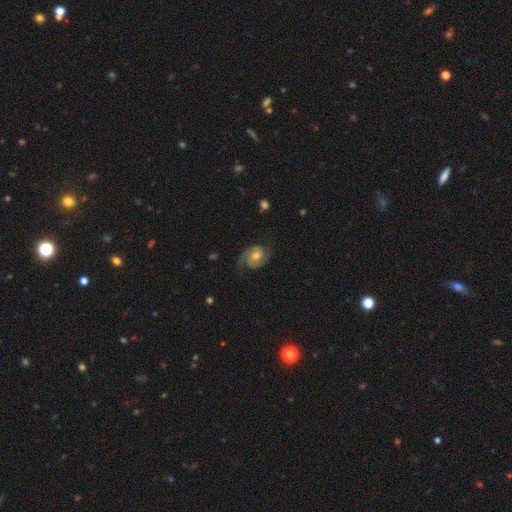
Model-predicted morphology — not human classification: featured or disk 77%, smooth 16%, star or artifact 7%. Down the decision tree: edge-on disk — no (97%); bar — no (68%); spiral arms — yes (95%); spiral arm count — 2 (87%); spiral winding — medium (46%); bulge size — moderate (65%); merging — none (71%).